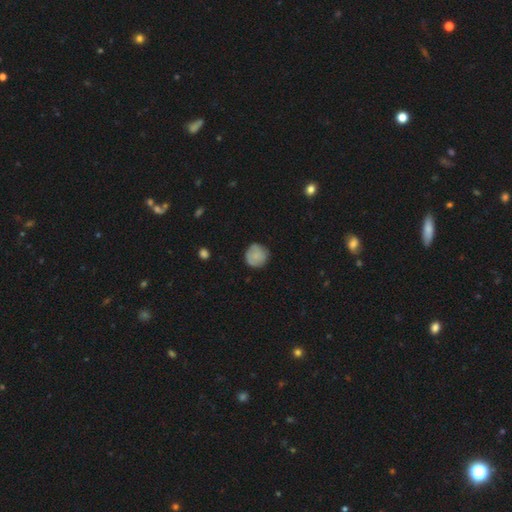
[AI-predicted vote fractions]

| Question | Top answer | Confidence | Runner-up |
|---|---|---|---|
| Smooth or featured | smooth | 77% | featured or disk (16%) |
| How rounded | round | 93% | in between (6%) |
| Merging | none | 81% | minor disturbance (15%) |